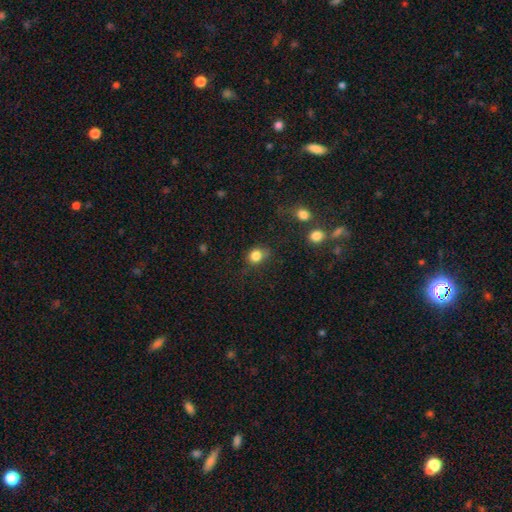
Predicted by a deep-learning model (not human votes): Overall: smooth (83%). How rounded: round (68%; in between 31%). Merging: none (61%; minor disturbance 25%).